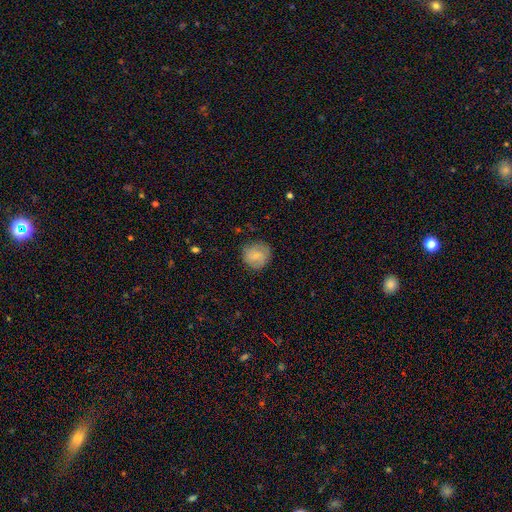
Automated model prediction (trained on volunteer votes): Smooth or featured?
  - smooth: 72% *
  - featured or disk: 21%
  - star or artifact: 8%
How rounded?
  - round: 89% *
  - in between: 10%
  - cigar-shaped: 1%
Merging?
  - none: 78% *
  - minor disturbance: 16%
  - major disturbance: 4%
  - merger: 1%